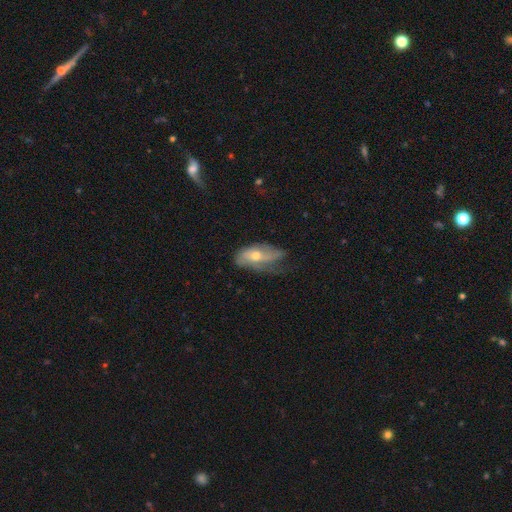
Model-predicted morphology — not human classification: A featured or disk galaxy (53%). Merging: minor disturbance (37%, tied with none).